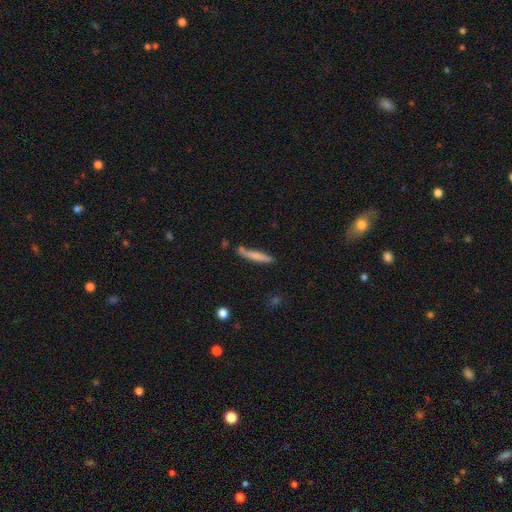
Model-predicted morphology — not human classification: A smooth galaxy with no disk features (69%) that is cigar-shaped (93%).

Vote fractions:
- Smooth or featured? smooth: 69% / featured or disk: 25% / star or artifact: 6%
- How rounded? cigar-shaped: 93% / in between: 6% / round: 1%
- Merging? none: 70% / minor disturbance: 17% / merger: 9% / major disturbance: 4%